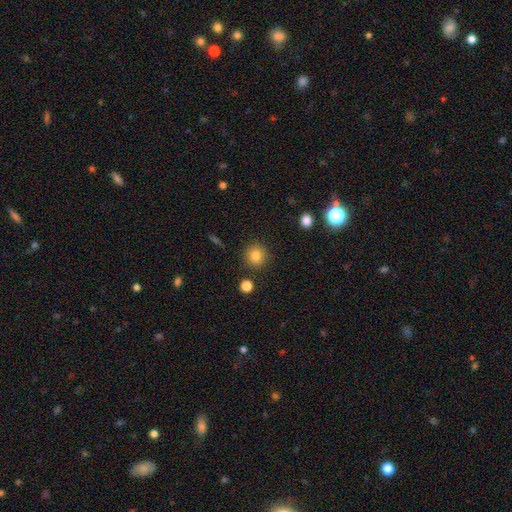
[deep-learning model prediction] smooth 82%, star or artifact 11%, featured or disk 7%. Down the decision tree: how rounded — round (91%); merging — none (89%).